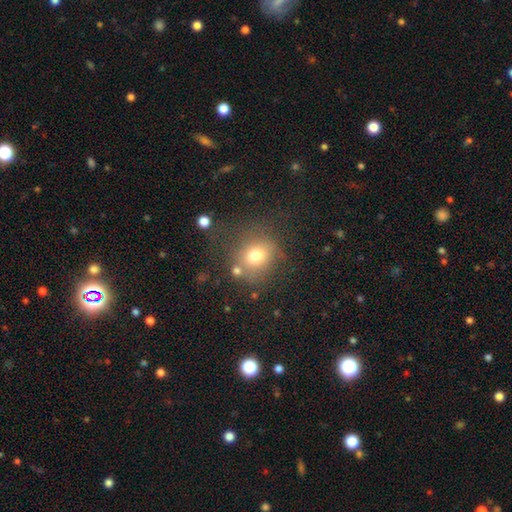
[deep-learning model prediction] smooth_or_featured: smooth (p=0.73) [alt: star or artifact p=0.14]
how_rounded: round (p=0.77) [alt: in between p=0.22]
merging: none (p=0.65) [alt: minor disturbance p=0.17]